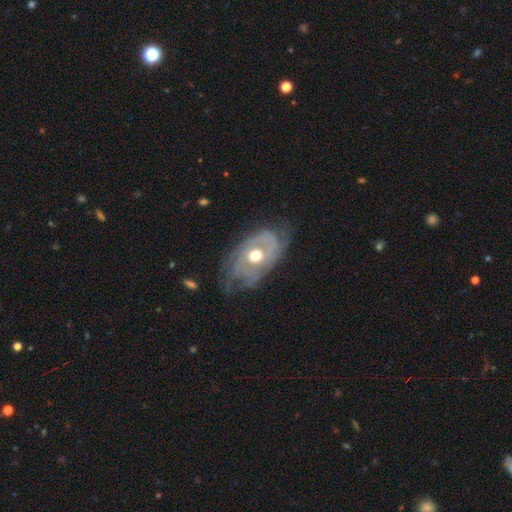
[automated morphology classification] A featured or disk galaxy (80%) with no bar (82%), tight (58%) spiral arms (81%) and a moderate central bulge (76%).

Vote fractions:
- Smooth or featured? featured or disk: 80% / smooth: 15% / star or artifact: 5%
- Edge-on disk? no: 94% / yes: 6%
- Bar? no: 82% / weak: 15% / strong: 4%
- Spiral arms? yes: 81% / no: 19%
- Spiral winding? tight: 58% / medium: 29% / loose: 13%
- Spiral arm count? can't tell: 38% / 2: 34% / 3: 13% / 1: 6% / 4: 5% / more than 4: 4%
- Bulge size? moderate: 76% / large: 11% / small: 10% / dominant: 1% / none: 1%
- Merging? none: 60% / minor disturbance: 25% / major disturbance: 14% / merger: 1%